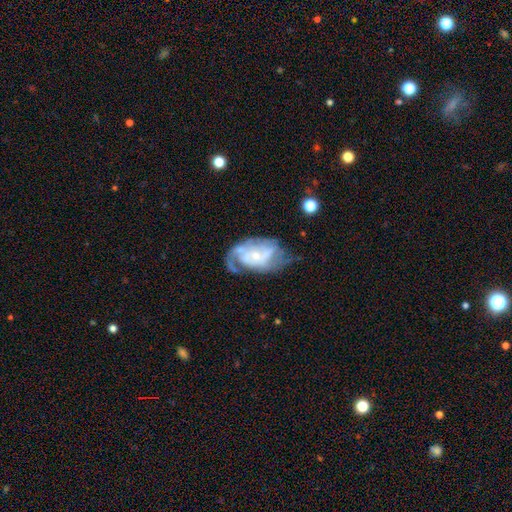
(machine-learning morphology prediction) type=featured or disk (79%); edge-on=no (96%); bar=no (64%); spiral arms=yes (86%); winding=medium (41%); arm count=2 (40%); bulge=small (67%); merging=none (43%).